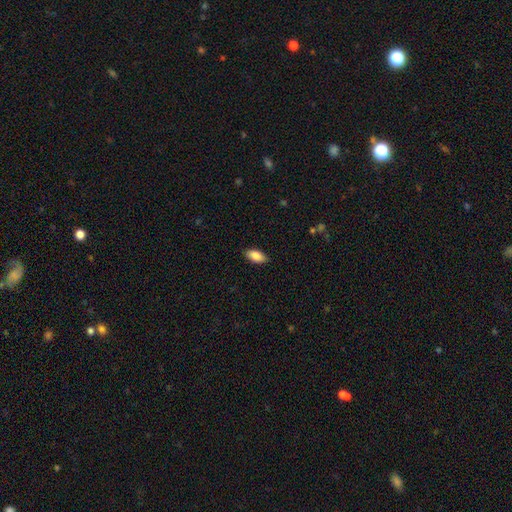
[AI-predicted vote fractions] The model was most divided on "merging": none: 87%, minor disturbance: 10%, major disturbance: 2%, merger: 1%. More confident: how rounded — in between (90%); smooth or featured — smooth (87%).